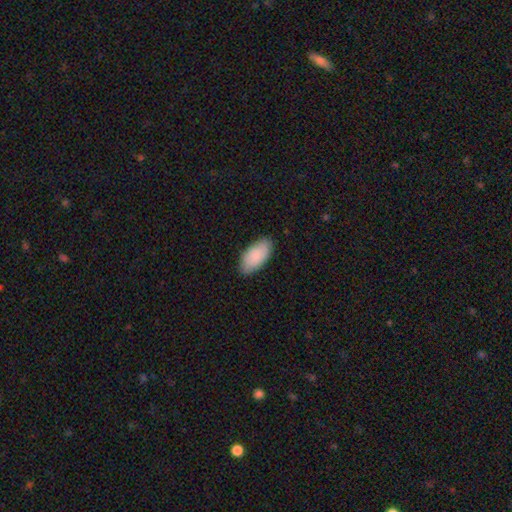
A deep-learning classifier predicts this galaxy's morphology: Smooth or featured?
  - smooth: 87% *
  - featured or disk: 8%
  - star or artifact: 5%
How rounded?
  - in between: 94% *
  - cigar-shaped: 4%
  - round: 2%
Merging?
  - none: 85% *
  - minor disturbance: 12%
  - major disturbance: 2%
  - merger: 1%